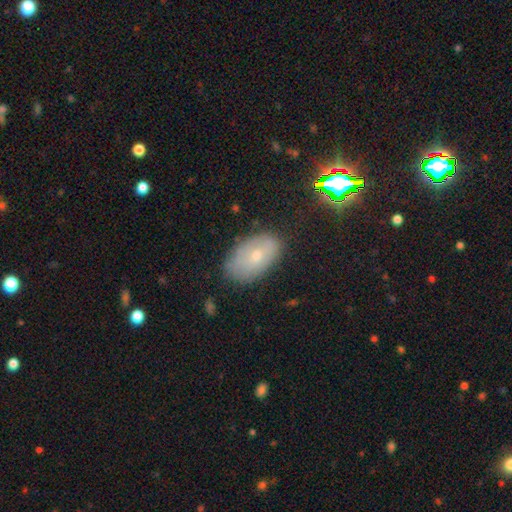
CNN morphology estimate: Q: Smooth or featured?
A: smooth (58%); runner-up: featured or disk (30%)
Q: How rounded?
A: in between (92%); runner-up: round (7%)
Q: Merging?
A: none (77%); runner-up: minor disturbance (18%)